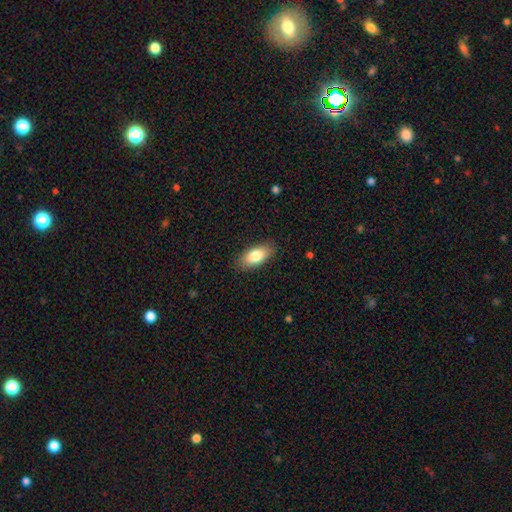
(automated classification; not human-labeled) Smooth or featured? smooth (81%)
How rounded? in between (88%)
Merging? none (87%)